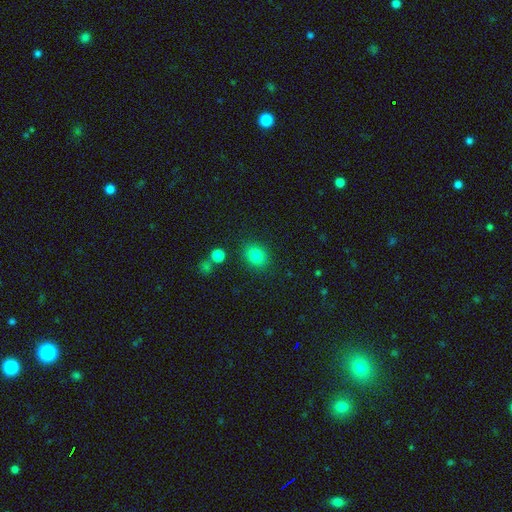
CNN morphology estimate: Smooth or featured: smooth — 82% (star or artifact — 12%)
How rounded: round — 60% (in between — 39%)
Merging: none — 85% (minor disturbance — 9%)